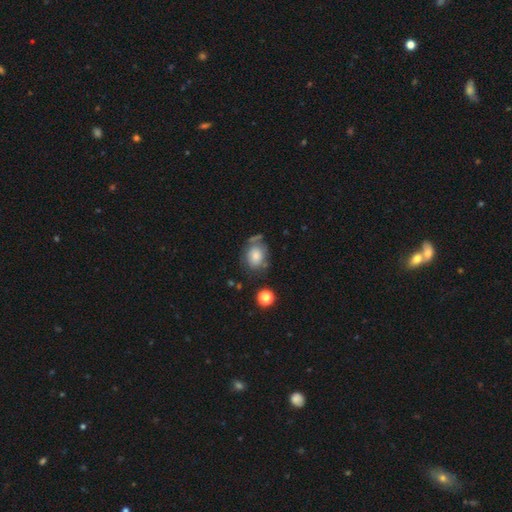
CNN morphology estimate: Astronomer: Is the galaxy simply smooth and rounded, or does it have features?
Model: smooth — 75%.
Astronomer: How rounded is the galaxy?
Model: in between — 56% (runner-up: round, 43%).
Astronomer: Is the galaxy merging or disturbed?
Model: none — 54%.